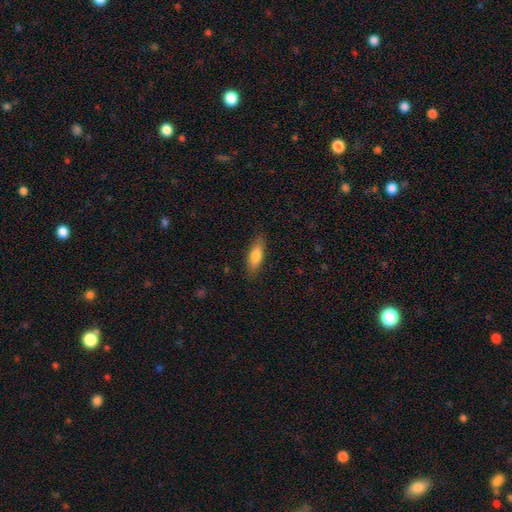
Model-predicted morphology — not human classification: Smooth or featured?
  - smooth: 76% *
  - featured or disk: 18%
  - star or artifact: 6%
How rounded?
  - in between: 58% *
  - cigar-shaped: 40%
  - round: 2%
Merging?
  - none: 86% *
  - minor disturbance: 11%
  - major disturbance: 2%
  - merger: 1%